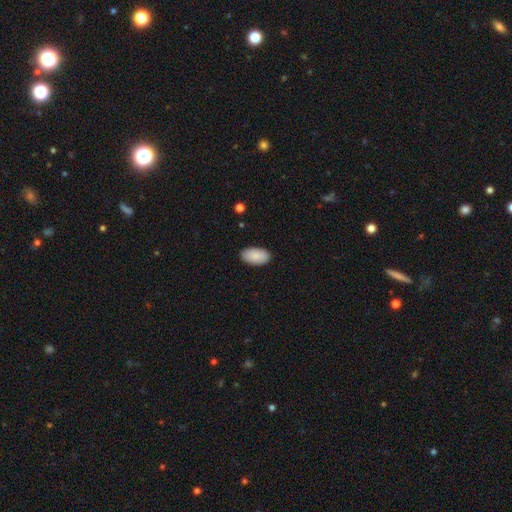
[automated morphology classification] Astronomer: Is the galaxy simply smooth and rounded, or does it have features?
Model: smooth — 88%.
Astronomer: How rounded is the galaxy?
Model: in between — 96%.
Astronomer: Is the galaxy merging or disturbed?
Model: none — 88%.